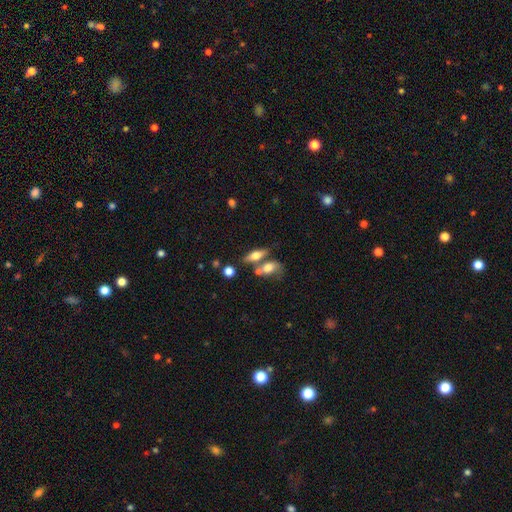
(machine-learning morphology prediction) Smooth or featured? Predicted: smooth (p=0.51). How rounded? Predicted: in between (p=0.56). Merging? Predicted: none (p=0.52).